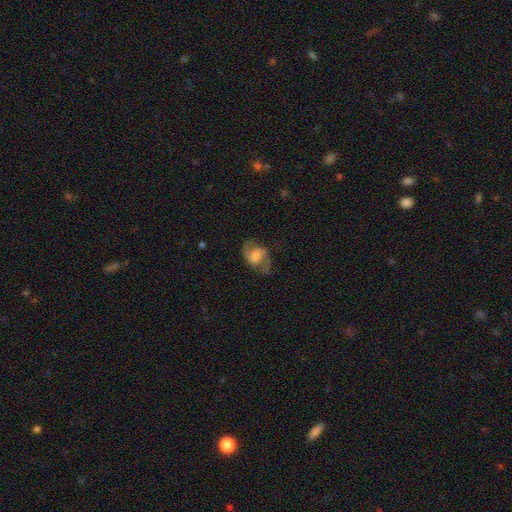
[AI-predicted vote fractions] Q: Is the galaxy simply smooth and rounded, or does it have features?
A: featured or disk — 65%.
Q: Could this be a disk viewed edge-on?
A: no — 97%.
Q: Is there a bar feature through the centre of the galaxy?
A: weak — 44%.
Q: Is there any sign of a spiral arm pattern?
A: yes — 88%.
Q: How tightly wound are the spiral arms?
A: medium — 46%.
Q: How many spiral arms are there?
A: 2 — 87%.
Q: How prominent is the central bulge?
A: none — 35%.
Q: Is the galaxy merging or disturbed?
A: none — 62%.